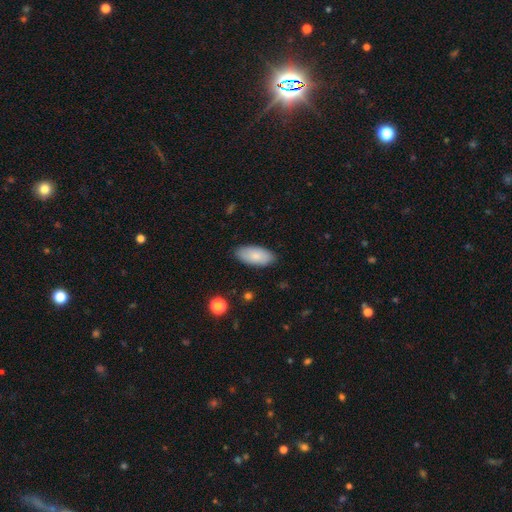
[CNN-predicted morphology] Q: Smooth or featured?
A: smooth (84%); runner-up: featured or disk (10%)
Q: How rounded?
A: in between (92%); runner-up: cigar-shaped (6%)
Q: Merging?
A: none (86%); runner-up: minor disturbance (11%)